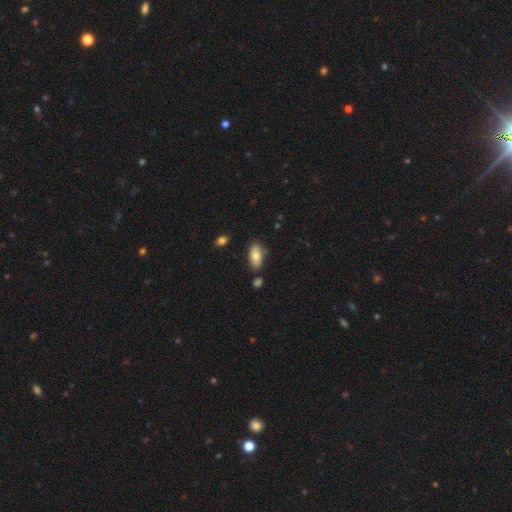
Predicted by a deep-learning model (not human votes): smooth-or-featured: smooth: 79% | featured or disk: 15% | star or artifact: 7%
  how-rounded: in between: 90% | cigar-shaped: 7% | round: 3%
  merging: none: 77% | minor disturbance: 15% | merger: 4% | major disturbance: 3%